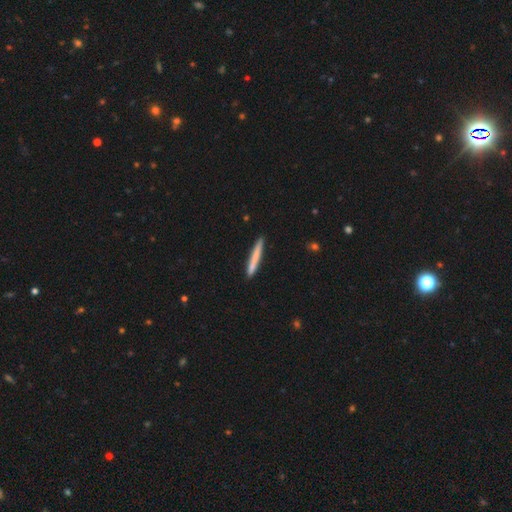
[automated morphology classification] Smooth or featured? smooth (73%)
How rounded? cigar-shaped (96%)
Merging? none (89%)